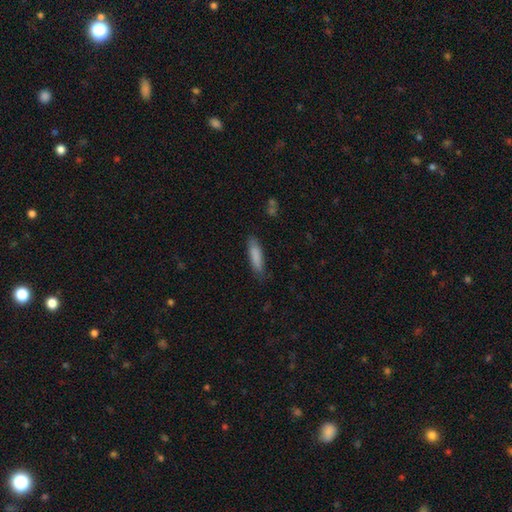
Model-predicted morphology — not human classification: type=smooth (85%); roundness=cigar-shaped (65%); merging=none (79%).